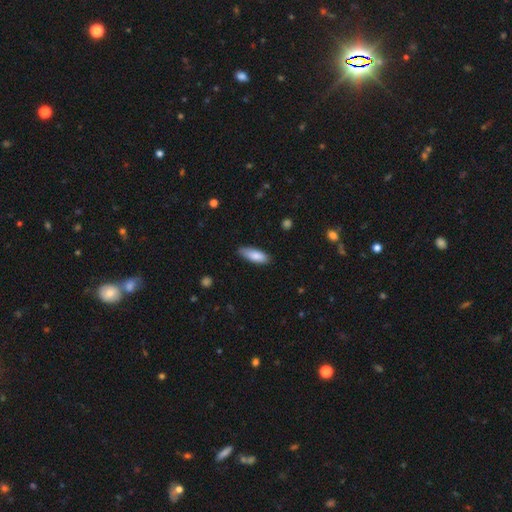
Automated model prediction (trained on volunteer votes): Smooth or featured: smooth — 85% (featured or disk — 9%)
How rounded: in between — 62% (cigar-shaped — 36%)
Merging: none — 81% (minor disturbance — 15%)